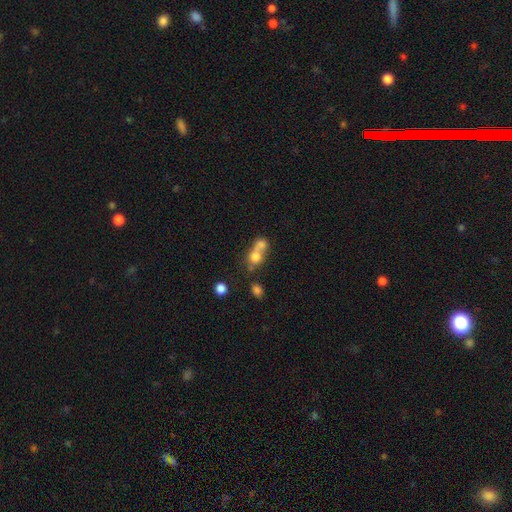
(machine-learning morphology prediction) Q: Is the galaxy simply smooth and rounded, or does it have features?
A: smooth — 64%.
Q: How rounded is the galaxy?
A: round — 66%.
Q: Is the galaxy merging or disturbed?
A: merger — 64%.